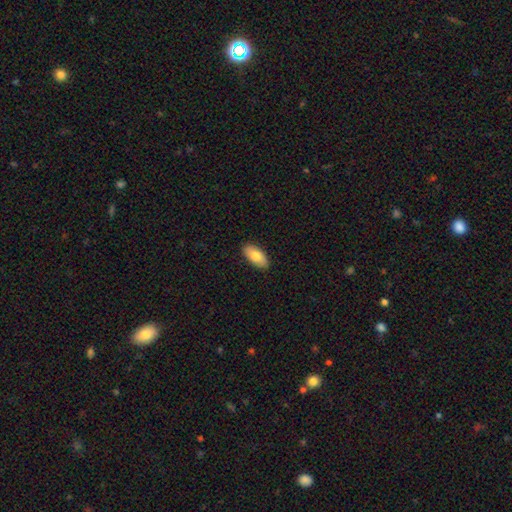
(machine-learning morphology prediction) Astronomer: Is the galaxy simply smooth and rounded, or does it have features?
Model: smooth — 80%.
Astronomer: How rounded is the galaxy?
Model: in between — 92%.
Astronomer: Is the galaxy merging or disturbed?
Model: none — 90%.